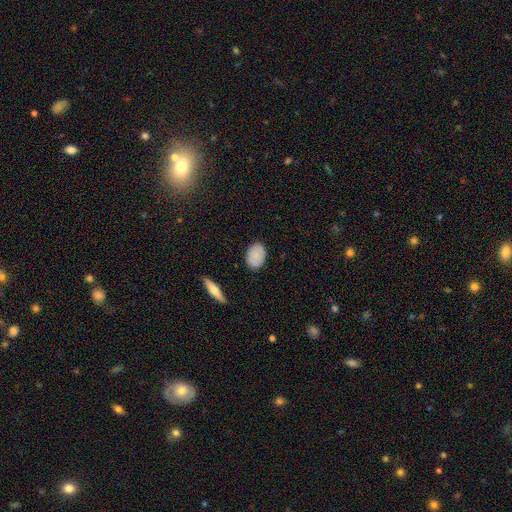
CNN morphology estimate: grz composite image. It shows a smooth galaxy with no disk features (87%) that is in between round and cigar-shaped (87%). Merging: none (87%).